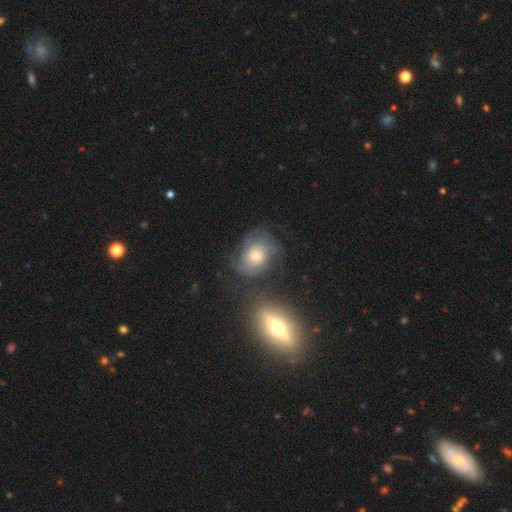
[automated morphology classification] Overall: featured or disk (62%; smooth 28%). Edge-on disk: no (93%). Bar: no (76%). Spiral arms: yes (78%). Bulge size: moderate (57%; small 30%). Merging: none (53%; minor disturbance 21%).